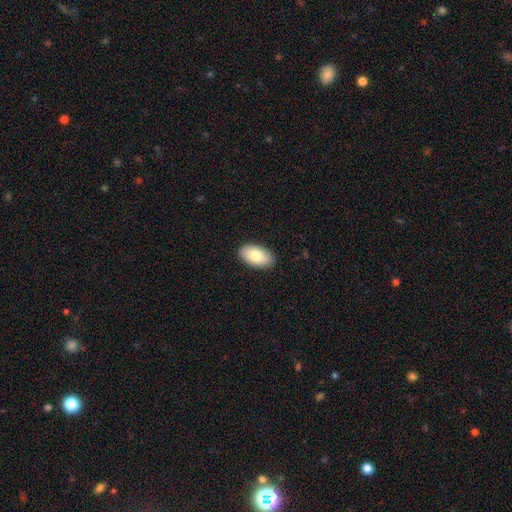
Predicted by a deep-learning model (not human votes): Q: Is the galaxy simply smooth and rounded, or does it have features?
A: smooth — 82%.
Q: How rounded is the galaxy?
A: in between — 95%.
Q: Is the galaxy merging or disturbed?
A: none — 89%.